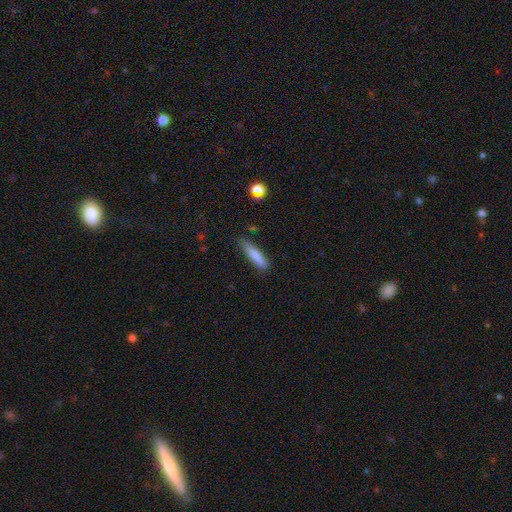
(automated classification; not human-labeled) Smooth or featured?
  - smooth: 81% *
  - featured or disk: 12%
  - star or artifact: 7%
How rounded?
  - cigar-shaped: 81% *
  - in between: 18%
  - round: 2%
Merging?
  - none: 75% *
  - minor disturbance: 19%
  - major disturbance: 4%
  - merger: 2%